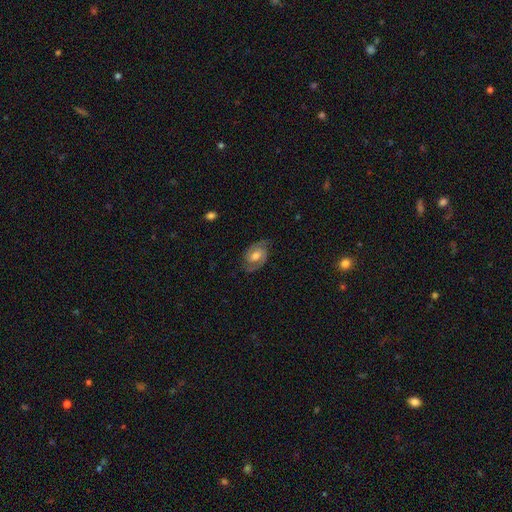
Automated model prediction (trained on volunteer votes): Morphology: type=featured or disk (83%); edge-on=no (97%); bar=weak (44%, tied with no); spiral arms=yes (96%); winding=medium (50%); arm count=2 (92%); bulge=moderate (68%); merging=none (80%).